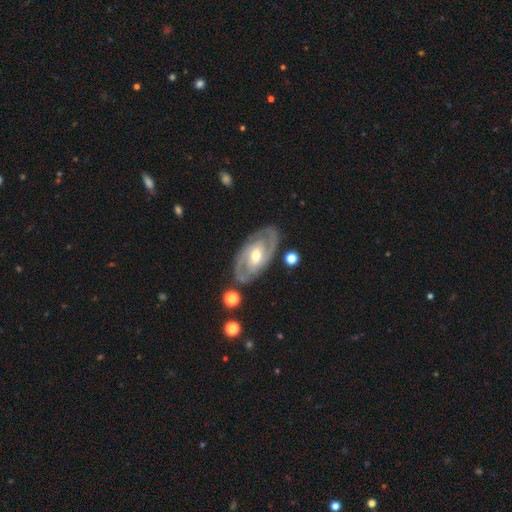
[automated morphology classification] Smooth or featured: featured or disk — 86% (smooth — 10%)
Edge-on disk: no — 95% (yes — 5%)
Bar: weak — 43% (no — 38%)
Spiral arms: yes — 93% (no — 7%)
Spiral winding: tight — 51% (medium — 41%)
Spiral arm count: 2 — 83% (can't tell — 8%)
Bulge size: moderate — 63% (small — 30%)
Merging: none — 82% (minor disturbance — 12%)